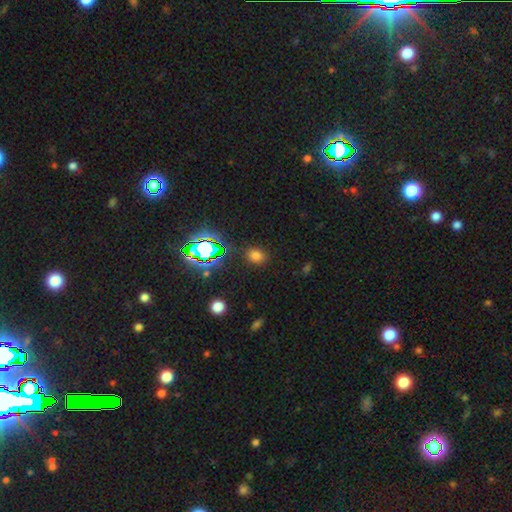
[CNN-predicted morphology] smooth_or_featured: smooth (p=0.69) [alt: star or artifact p=0.25]
how_rounded: round (p=0.55) [alt: in between p=0.44]
merging: none (p=0.86) [alt: minor disturbance p=0.09]